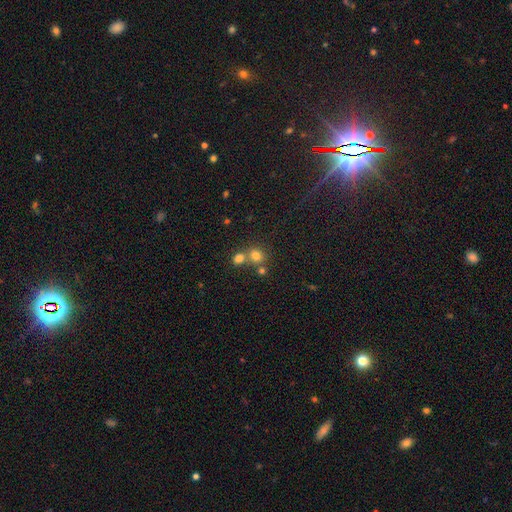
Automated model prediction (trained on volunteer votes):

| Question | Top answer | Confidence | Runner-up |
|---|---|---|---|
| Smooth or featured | smooth | 76% | star or artifact (16%) |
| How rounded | round | 83% | in between (16%) |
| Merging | none | 49% | merger (42%) |